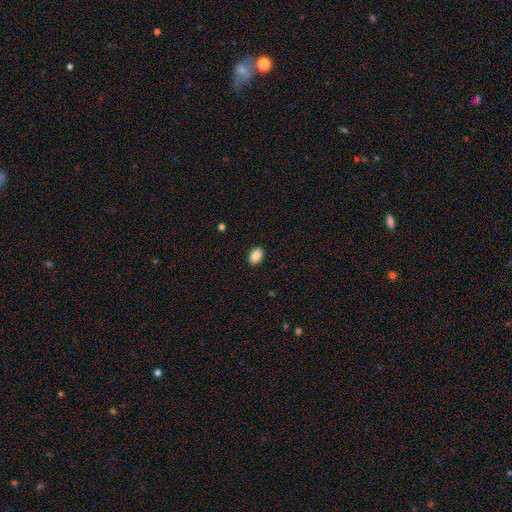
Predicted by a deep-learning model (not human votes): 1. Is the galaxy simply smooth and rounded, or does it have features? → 89% smooth, 8% star or artifact, 4% featured or disk.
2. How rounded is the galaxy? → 85% in between, 14% round, 1% cigar-shaped.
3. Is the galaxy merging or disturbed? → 90% none, 7% minor disturbance, 2% major disturbance, 1% merger.